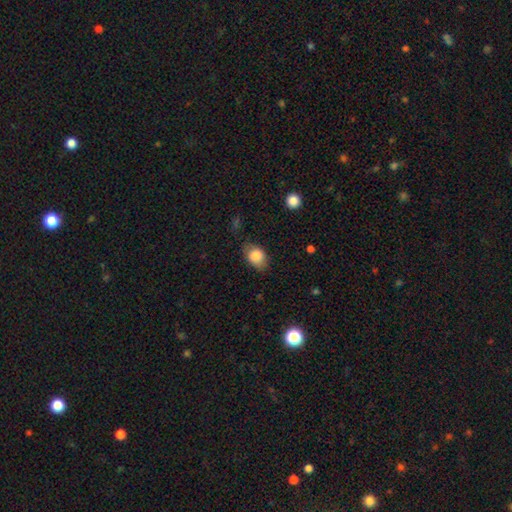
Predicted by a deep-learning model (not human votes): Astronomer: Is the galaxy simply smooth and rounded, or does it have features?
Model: smooth — 84%.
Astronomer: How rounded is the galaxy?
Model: in between — 72%.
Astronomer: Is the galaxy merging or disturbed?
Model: none — 72%.